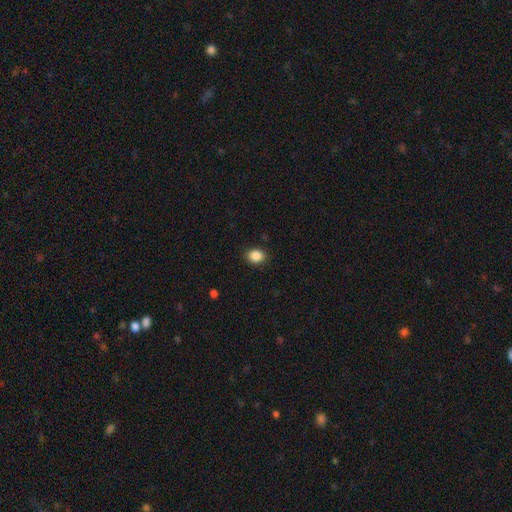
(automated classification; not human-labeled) smooth_or_featured: smooth (p=0.88) [alt: star or artifact p=0.09]
how_rounded: round (p=0.53) [alt: in between p=0.46]
merging: none (p=0.88) [alt: minor disturbance p=0.09]